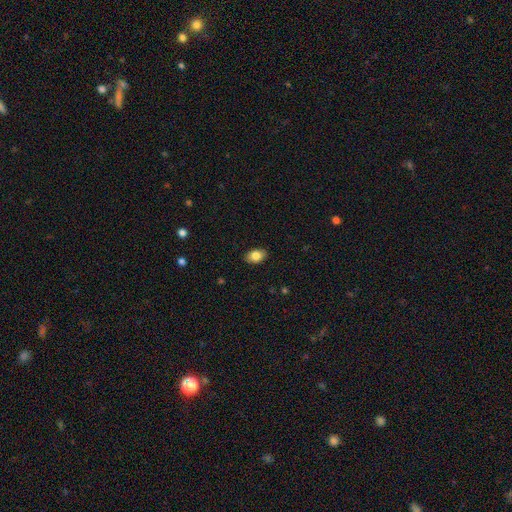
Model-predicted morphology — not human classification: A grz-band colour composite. It shows a smooth galaxy with no disk features (84%) that is in between round and cigar-shaped (84%). Merging: none (88%).